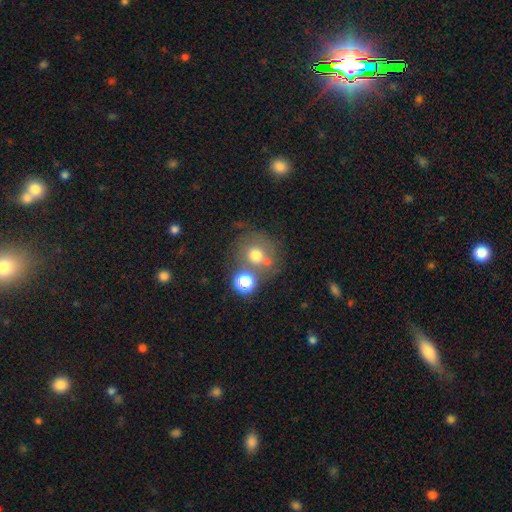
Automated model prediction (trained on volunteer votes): smooth_or_featured: smooth (p=0.65) [alt: featured or disk p=0.20]
how_rounded: round (p=0.85) [alt: in between p=0.14]
merging: none (p=0.51) [alt: merger p=0.30]